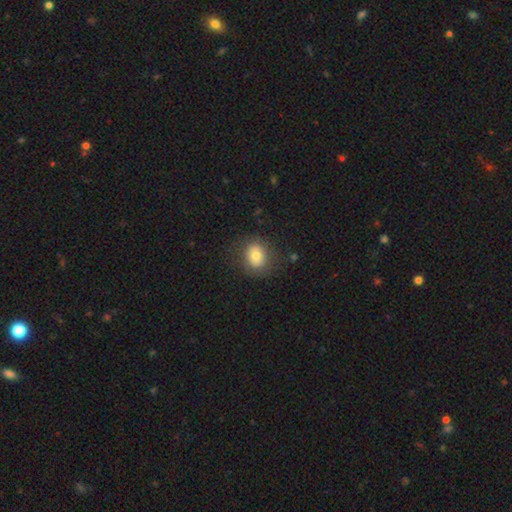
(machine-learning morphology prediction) Smooth or featured? smooth (75%)
How rounded? round (62%)
Merging? none (80%)